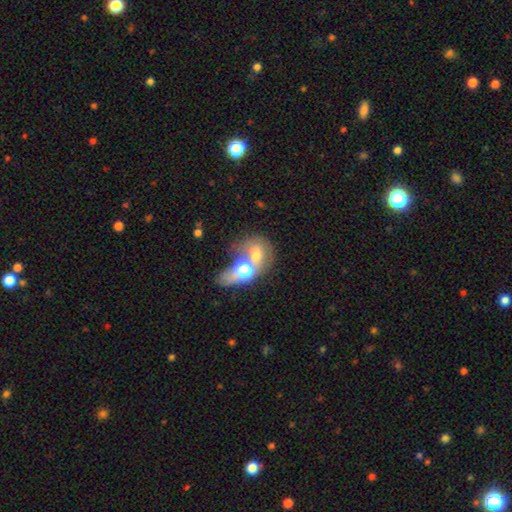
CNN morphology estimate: A smooth galaxy with no disk features (55%) that is round (52%). Merging: merger (58%).